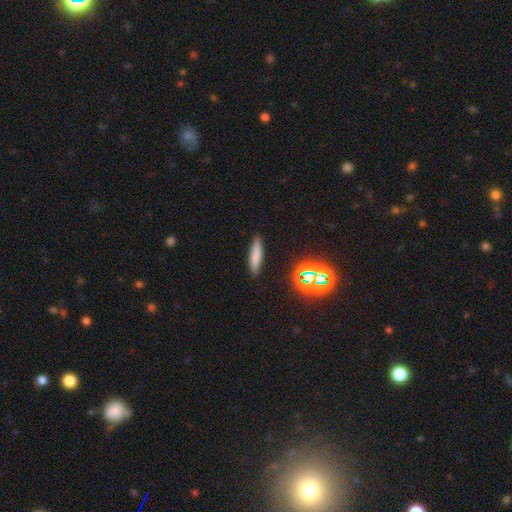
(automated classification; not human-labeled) The model was most divided on "smooth or featured": smooth: 74%, star or artifact: 14%, featured or disk: 12%. More confident: merging — none (88%); how rounded — cigar-shaped (81%).